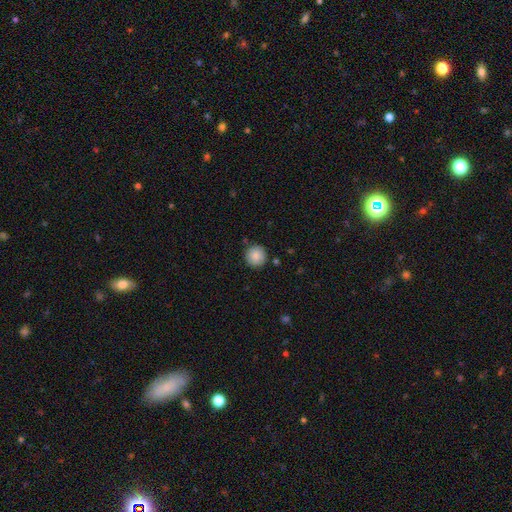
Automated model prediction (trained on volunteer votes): This appears to be a smooth galaxy with no disk features (87%) that is round (95%). Merging: none (88%).